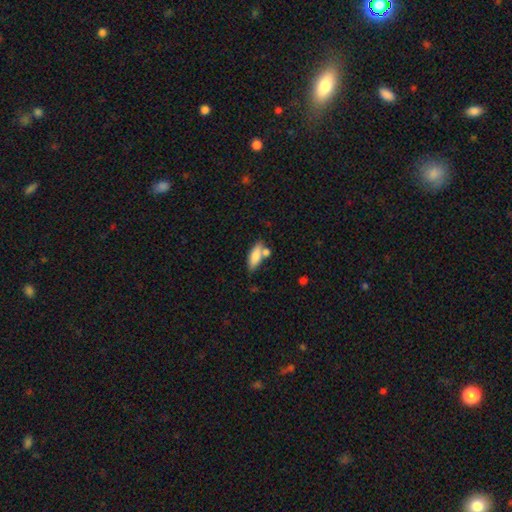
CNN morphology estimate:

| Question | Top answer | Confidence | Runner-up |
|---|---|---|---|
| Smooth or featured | smooth | 79% | featured or disk (14%) |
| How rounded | in between | 65% | cigar-shaped (32%) |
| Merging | none | 58% | merger (23%) |